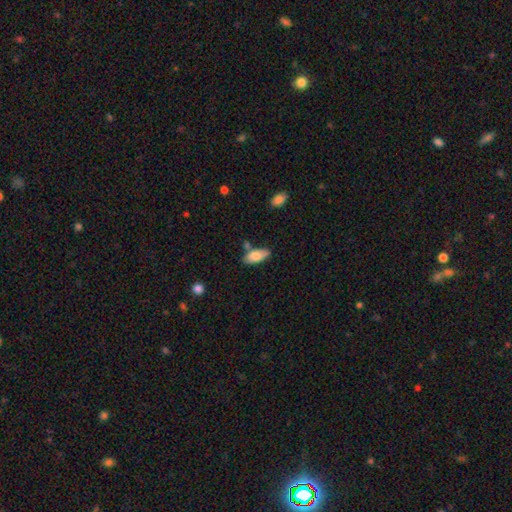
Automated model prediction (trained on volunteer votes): Smooth or featured?
  - smooth: 81% *
  - featured or disk: 13%
  - star or artifact: 6%
How rounded?
  - in between: 85% *
  - cigar-shaped: 13%
  - round: 2%
Merging?
  - none: 70% *
  - minor disturbance: 17%
  - merger: 9%
  - major disturbance: 3%